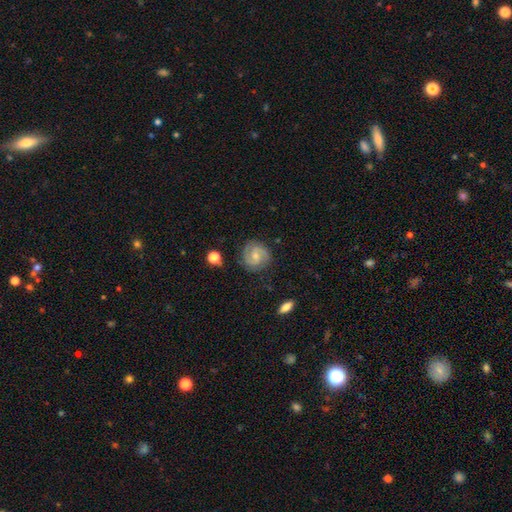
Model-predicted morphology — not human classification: Overall: featured or disk (79%). Edge-on disk: no (98%). Bar: weak (48%; no 42%). Spiral arms: yes (97%). Spiral arm count: 2 (88%). Spiral winding: medium (45%; tight 44%). Bulge size: small (54%; moderate 36%). Merging: none (82%).